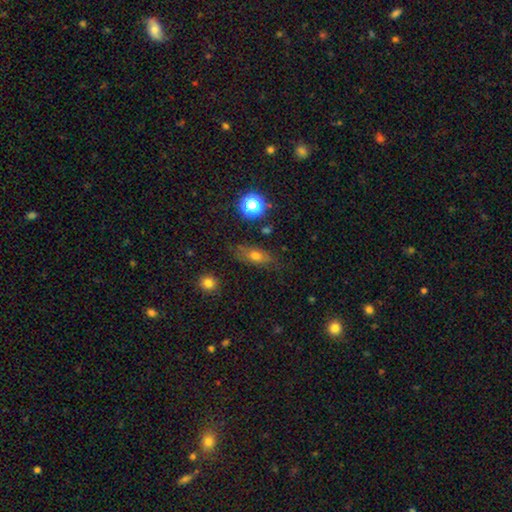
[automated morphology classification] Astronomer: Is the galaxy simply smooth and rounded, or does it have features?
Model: smooth — 66%.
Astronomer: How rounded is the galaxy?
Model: in between — 68%.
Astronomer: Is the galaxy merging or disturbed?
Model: none — 73%.